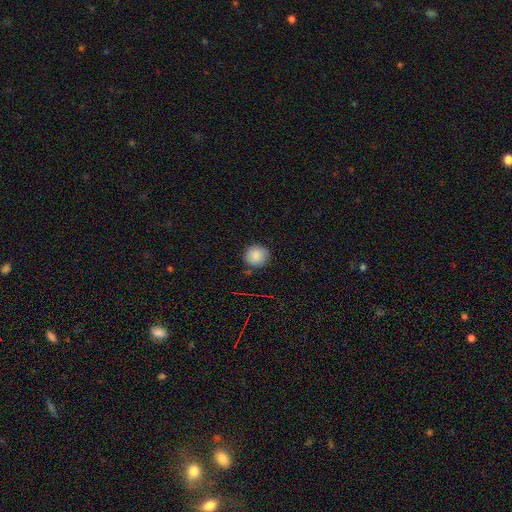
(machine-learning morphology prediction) Smooth or featured? Predicted: smooth (p=0.86). How rounded? Predicted: round (p=0.92). Merging? Predicted: none (p=0.86).